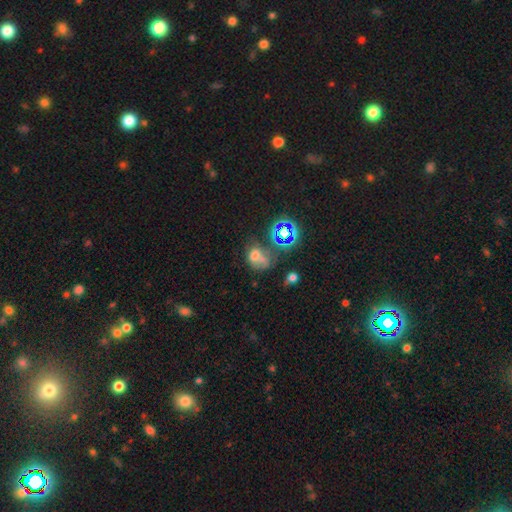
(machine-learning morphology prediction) Smooth or featured: smooth — 52% (star or artifact — 30%)
How rounded: in between — 51% (round — 48%)
Merging: merger — 34% (none — 30%)